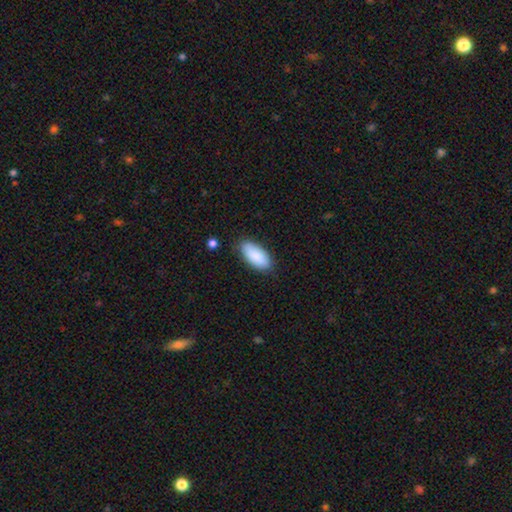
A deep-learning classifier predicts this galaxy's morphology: type=smooth (88%); roundness=in between (90%); merging=none (81%).